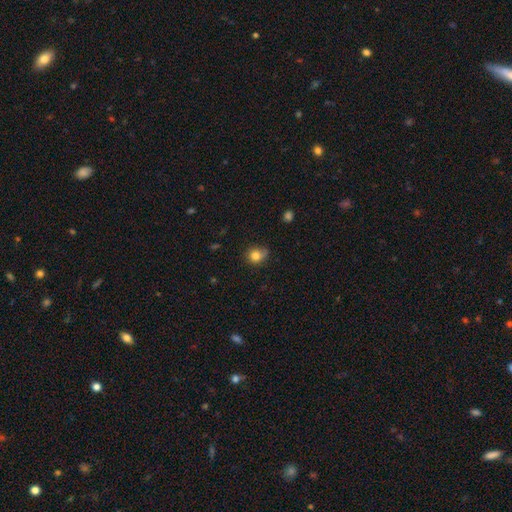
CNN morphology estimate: The model was most divided on "merging": none: 61%, minor disturbance: 29%, major disturbance: 7%, merger: 3%. More confident: smooth or featured — smooth (81%); how rounded — round (75%).